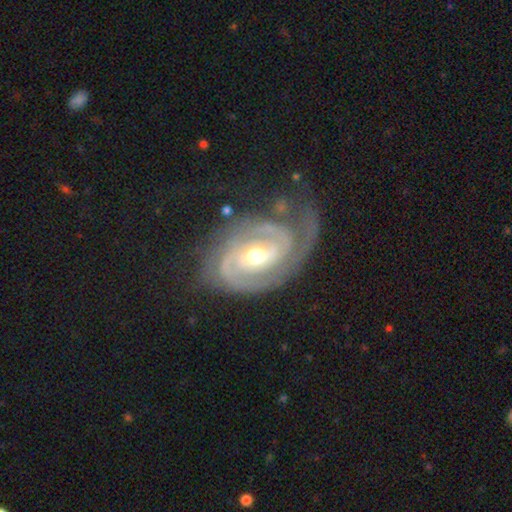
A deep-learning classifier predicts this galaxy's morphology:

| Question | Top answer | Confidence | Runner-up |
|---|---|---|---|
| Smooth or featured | featured or disk | 91% | star or artifact (5%) |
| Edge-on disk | no | 97% | yes (3%) |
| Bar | weak | 41% | no (37%) |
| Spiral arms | yes | 98% | no (2%) |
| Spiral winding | tight | 67% | medium (28%) |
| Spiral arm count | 2 | 64% | 3 (13%) |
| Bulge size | moderate | 66% | small (29%) |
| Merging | none | 59% | minor disturbance (22%) |